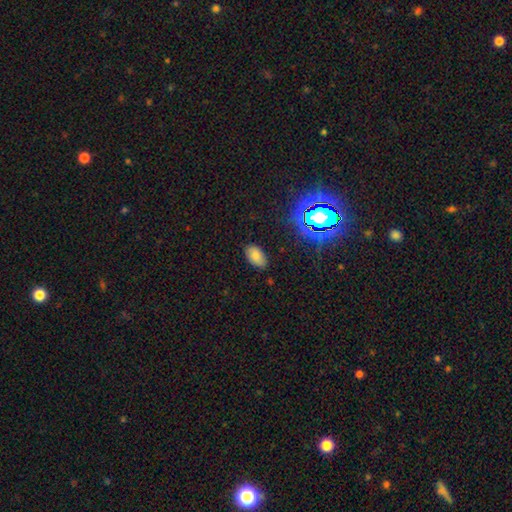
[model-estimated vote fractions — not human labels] This is likely a smooth galaxy (78%). How rounded: clearly in between (93%). Merging: clearly none (84%).